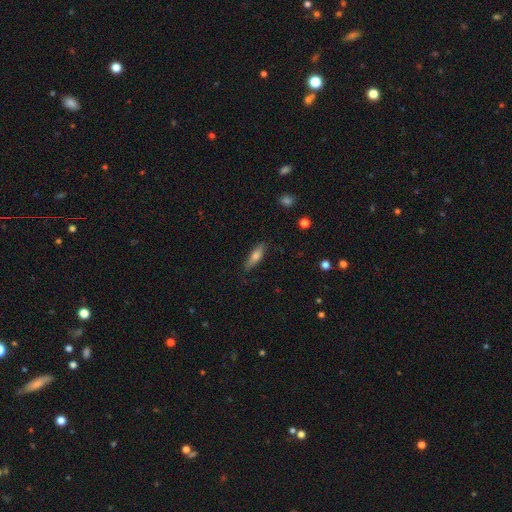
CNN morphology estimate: The model was most divided on "how rounded": cigar-shaped: 62%, in between: 36%, round: 2%. More confident: merging — none (83%); smooth or featured — smooth (67%).